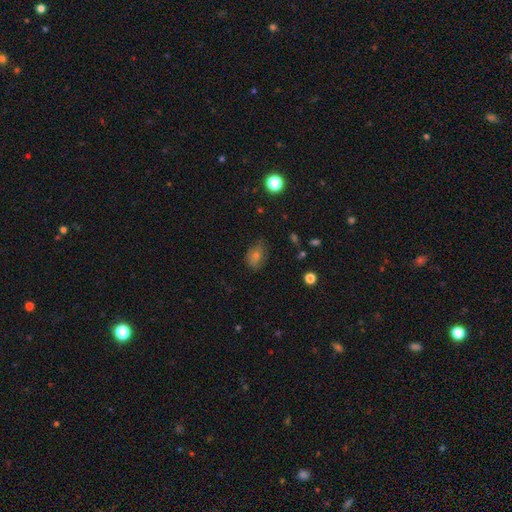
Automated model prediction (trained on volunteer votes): This appears to be a smooth galaxy with no disk features (62%) that is in between round and cigar-shaped (70%). Merging: none (66%).